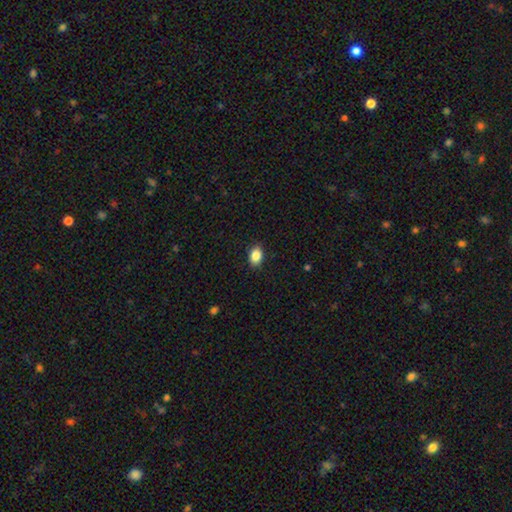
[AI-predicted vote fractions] Smooth or featured?
  - smooth: 87% *
  - star or artifact: 8%
  - featured or disk: 5%
How rounded?
  - in between: 79% *
  - round: 20%
  - cigar-shaped: 1%
Merging?
  - none: 88% *
  - minor disturbance: 9%
  - major disturbance: 2%
  - merger: 1%